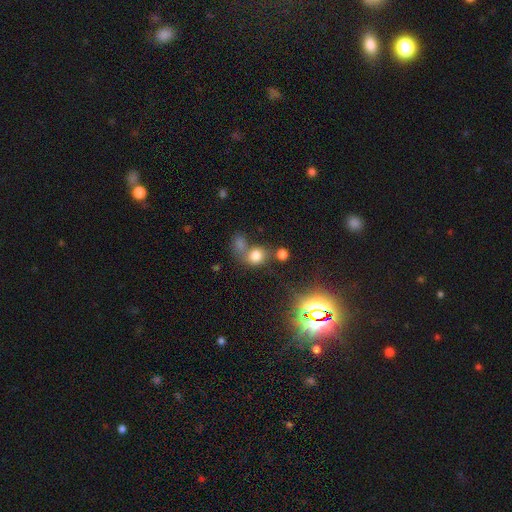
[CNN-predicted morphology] This is likely a smooth galaxy (73%). How rounded: likely round (63%). Merging: marginally none (43%).